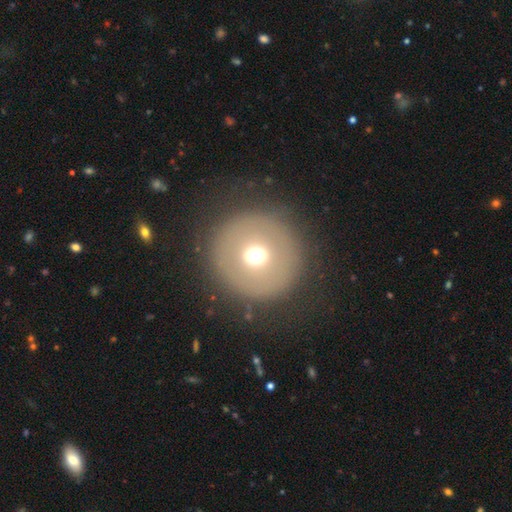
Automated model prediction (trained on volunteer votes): Smooth or featured: smooth — 55% (featured or disk — 29%)
How rounded: round — 93% (in between — 6%)
Merging: none — 83% (minor disturbance — 8%)